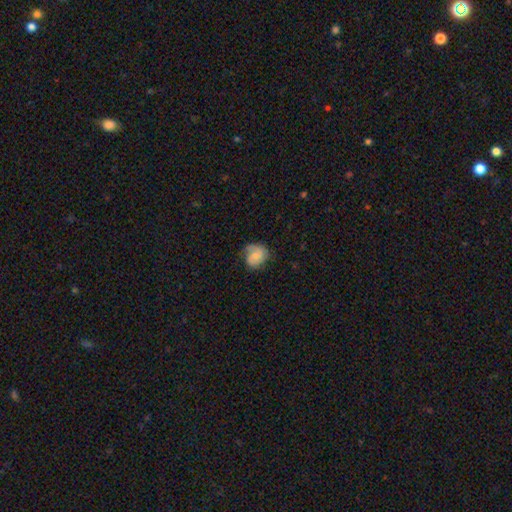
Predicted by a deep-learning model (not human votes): Smooth or featured?
  - smooth: 47% *
  - featured or disk: 46%
  - star or artifact: 8%
Merging?
  - none: 57% *
  - minor disturbance: 27%
  - major disturbance: 14%
  - merger: 1%